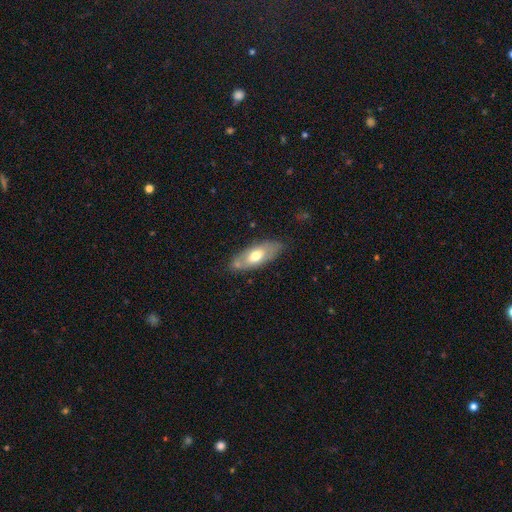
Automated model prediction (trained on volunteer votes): A smooth galaxy with no disk features (54%) that is in between round and cigar-shaped (81%). Merging: none (75%).